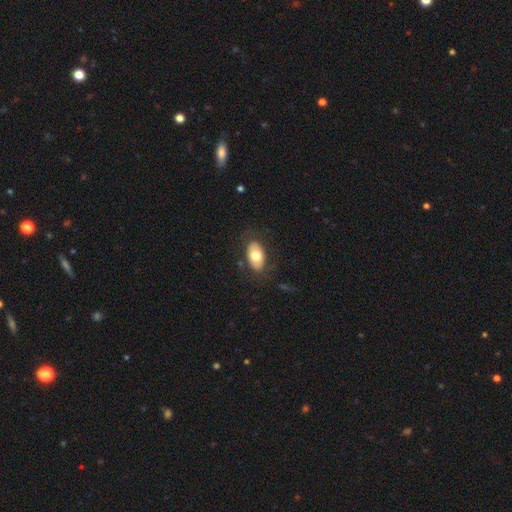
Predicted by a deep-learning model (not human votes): This is likely a smooth galaxy (71%). How rounded: clearly in between (93%). Merging: clearly none (82%).